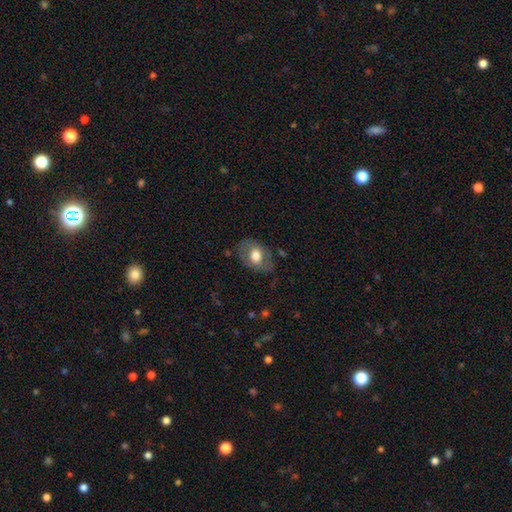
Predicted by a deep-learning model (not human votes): Smooth or featured?
  - smooth: 61% *
  - featured or disk: 32%
  - star or artifact: 7%
How rounded?
  - in between: 76% *
  - round: 22%
  - cigar-shaped: 1%
Merging?
  - none: 71% *
  - minor disturbance: 20%
  - major disturbance: 8%
  - merger: 2%